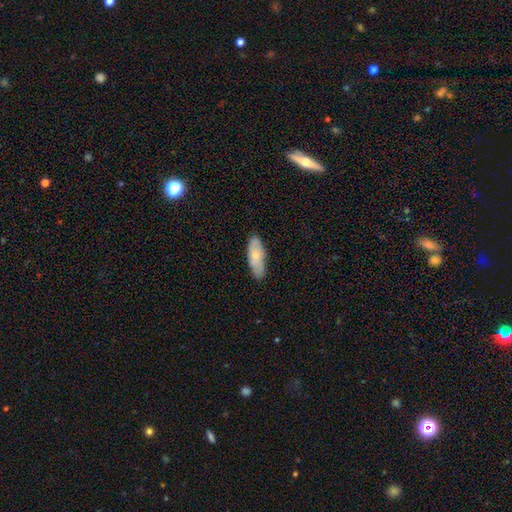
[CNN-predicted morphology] A smooth galaxy with no disk features (66%) that is in between round and cigar-shaped (70%).

Vote fractions:
- Smooth or featured? smooth: 66% / featured or disk: 29% / star or artifact: 6%
- How rounded? in between: 70% / cigar-shaped: 27% / round: 3%
- Merging? none: 81% / minor disturbance: 15% / major disturbance: 3% / merger: 1%